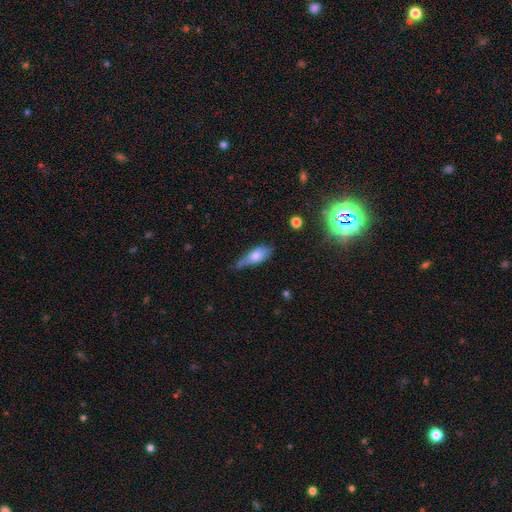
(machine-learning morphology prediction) smooth-or-featured: smooth: 61% | featured or disk: 31% | star or artifact: 8%
  how-rounded: in between: 68% | cigar-shaped: 29% | round: 3%
  merging: none: 52% | minor disturbance: 36% | major disturbance: 9% | merger: 3%